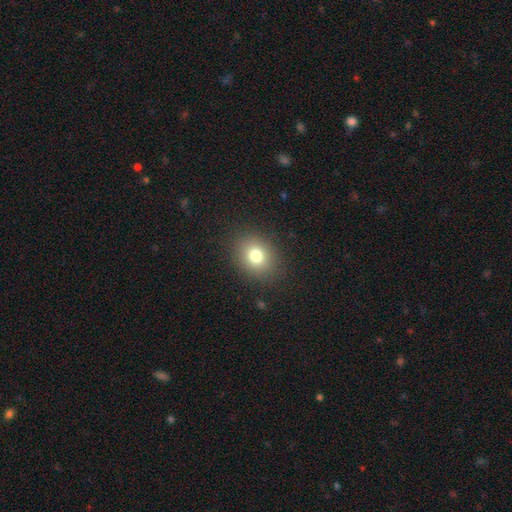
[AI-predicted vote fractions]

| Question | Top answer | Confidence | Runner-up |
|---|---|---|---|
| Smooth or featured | smooth | 78% | star or artifact (13%) |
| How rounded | round | 58% | in between (41%) |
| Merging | none | 88% | minor disturbance (8%) |